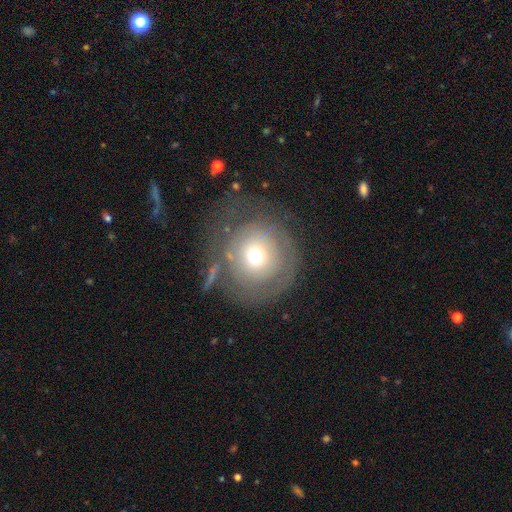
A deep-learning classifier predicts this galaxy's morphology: smooth-or-featured: smooth: 48% | featured or disk: 40% | star or artifact: 12%
  merging: none: 53% | major disturbance: 25% | minor disturbance: 17% | merger: 5%